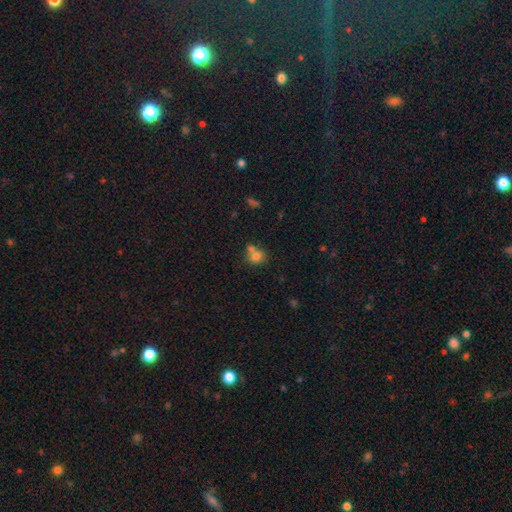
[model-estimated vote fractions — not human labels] A smooth galaxy with no disk features (76%) that is round (73%).

Vote fractions:
- Smooth or featured? smooth: 76% / star or artifact: 12% / featured or disk: 12%
- How rounded? round: 73% / in between: 26% / cigar-shaped: 1%
- Merging? merger: 45% / none: 42% / minor disturbance: 9% / major disturbance: 3%